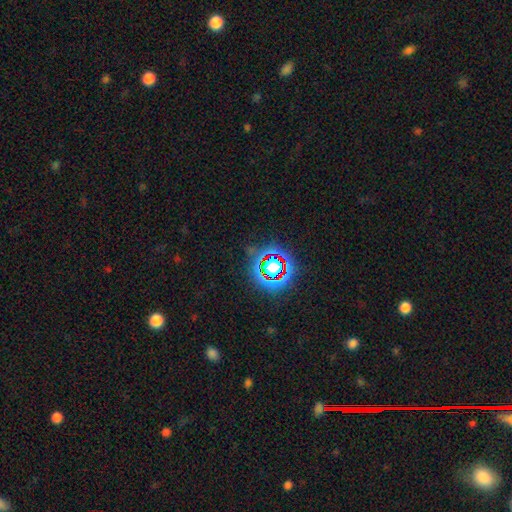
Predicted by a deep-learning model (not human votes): Smooth or featured? Predicted: star or artifact (p=0.78).